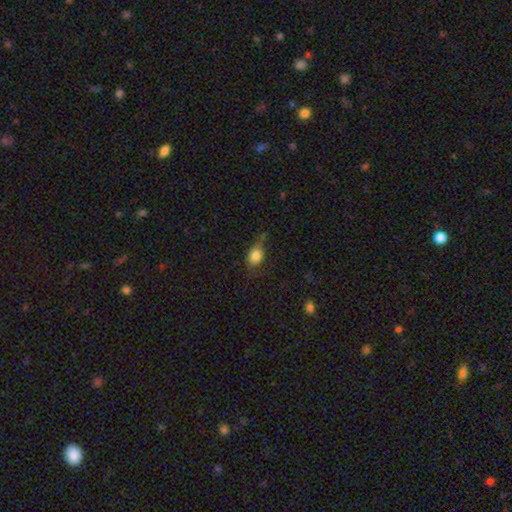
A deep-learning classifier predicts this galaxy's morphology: Smooth or featured? Predicted: smooth (p=0.78). How rounded? Predicted: in between (p=0.66). Merging? Predicted: none (p=0.44).